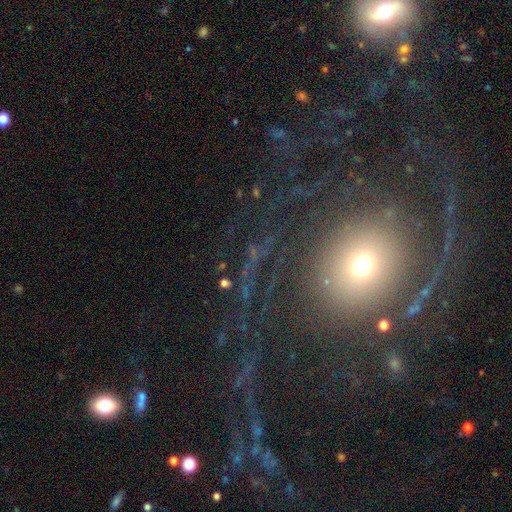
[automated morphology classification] smooth-or-featured: smooth: 34% (tied) | star or artifact: 34% (tied) | featured or disk: 32%
  merging: none: 71% | major disturbance: 16% | minor disturbance: 10% | merger: 3%